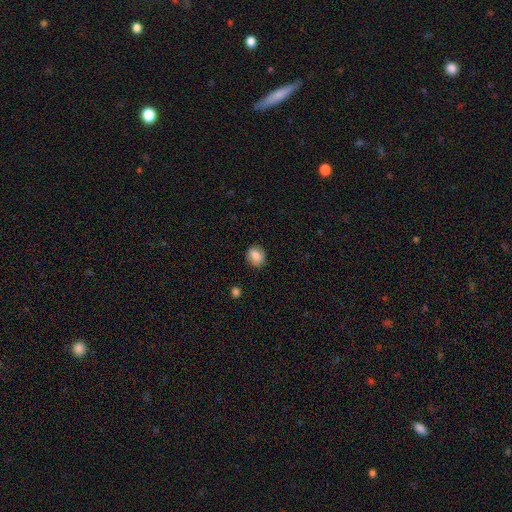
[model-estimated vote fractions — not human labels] smooth 84%, star or artifact 9%, featured or disk 8%. Down the decision tree: how rounded — round (62%); merging — none (85%).